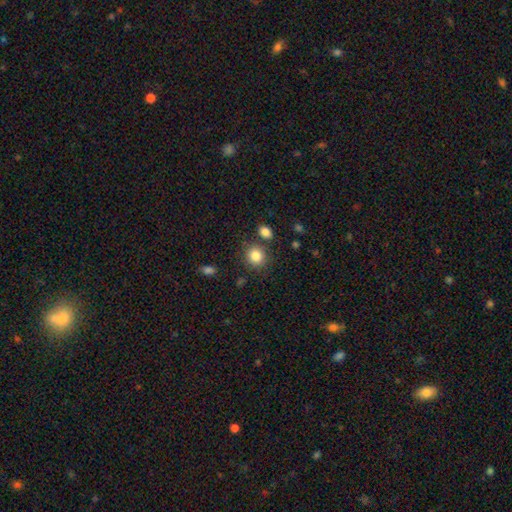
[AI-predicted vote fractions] This appears to be a smooth galaxy with no disk features (85%) that is round (81%). Merging: none (77%).